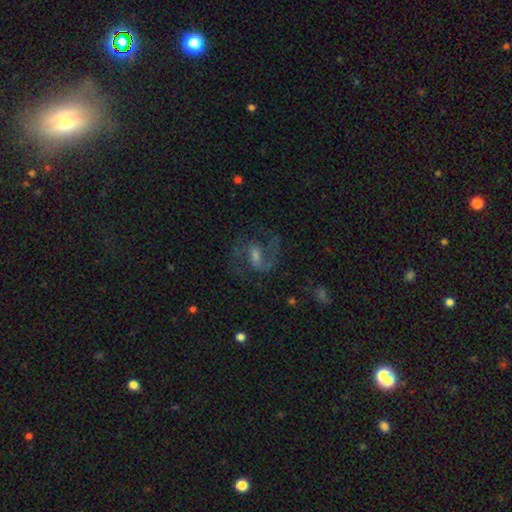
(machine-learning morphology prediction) featured or disk 79%, star or artifact 12%, smooth 9%. Down the decision tree: edge-on disk — no (97%); bar — weak (53%); spiral arms — yes (95%); spiral arm count — 2 (89%); spiral winding — medium (60%); bulge size — moderate (41%); merging — none (74%).